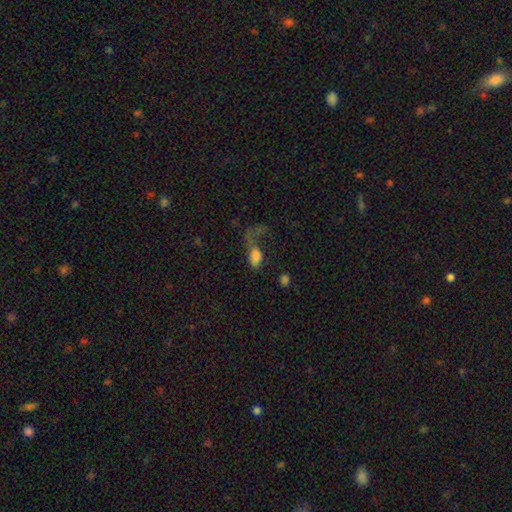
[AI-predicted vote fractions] A smooth galaxy with no disk features (71%) that is in between round and cigar-shaped (87%). Merging: major disturbance (56%).